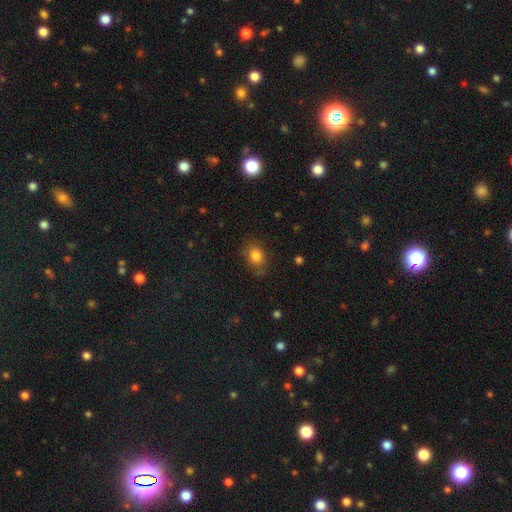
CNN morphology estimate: smooth_or_featured: smooth (p=0.82) [alt: star or artifact p=0.10]
how_rounded: in between (p=0.56) [alt: round p=0.43]
merging: none (p=0.72) [alt: minor disturbance p=0.19]